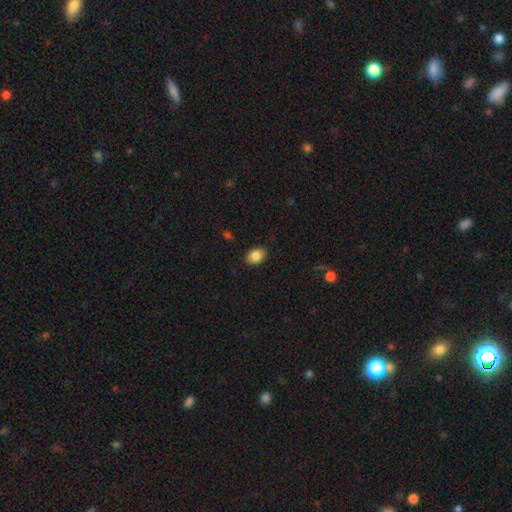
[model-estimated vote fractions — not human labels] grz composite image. It shows a smooth galaxy with no disk features (86%) that is in between round and cigar-shaped (81%). Merging: none (87%).